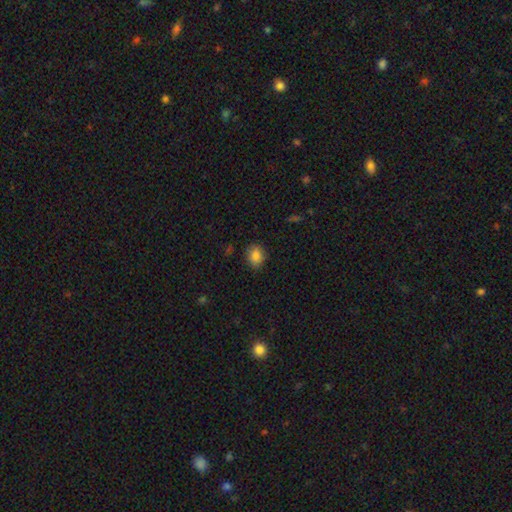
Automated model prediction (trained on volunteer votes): A smooth galaxy with no disk features (85%) that is round (52%). Merging: none (84%).